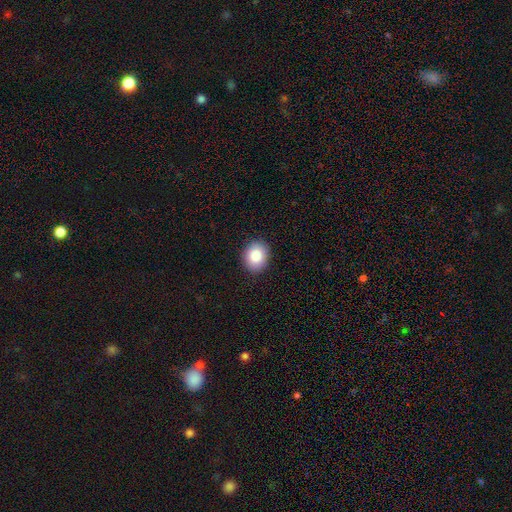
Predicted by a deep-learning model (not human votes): Overall: smooth (86%). How rounded: in between (50%; round 49%). Merging: none (90%).